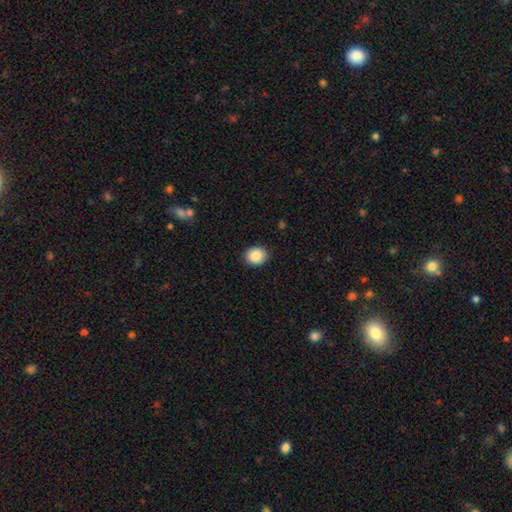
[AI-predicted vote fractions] Smooth or featured?
  - smooth: 88% *
  - star or artifact: 8%
  - featured or disk: 4%
How rounded?
  - round: 69% *
  - in between: 30%
  - cigar-shaped: 1%
Merging?
  - none: 89% *
  - minor disturbance: 8%
  - major disturbance: 2%
  - merger: 1%